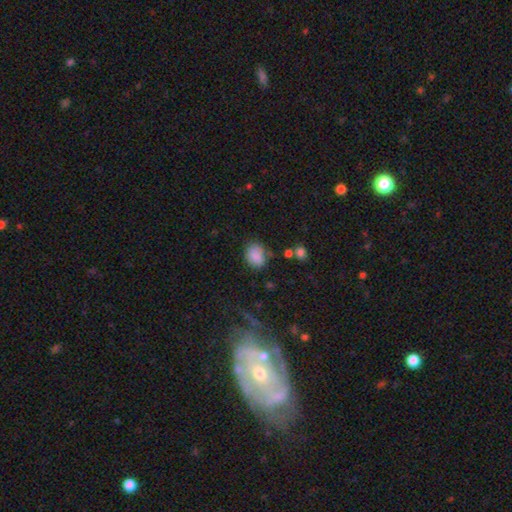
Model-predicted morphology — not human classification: Overall: smooth (85%). How rounded: in between (52%; round 47%). Merging: none (70%).